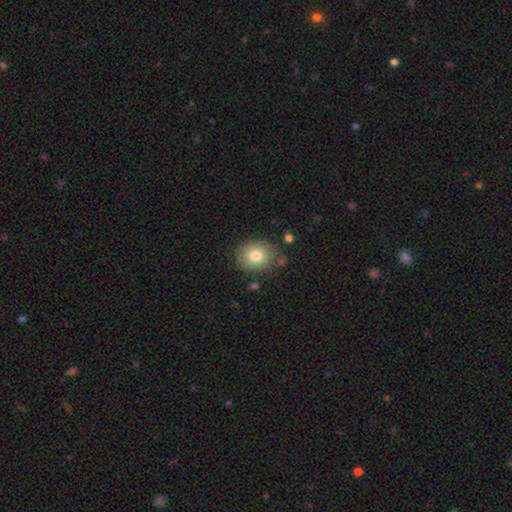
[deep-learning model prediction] This appears to be a smooth galaxy with no disk features (79%) that is round (69%). Merging: none (78%).